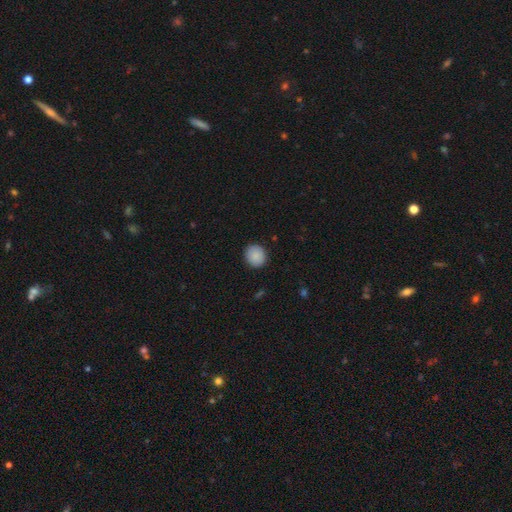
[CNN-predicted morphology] Smooth or featured? smooth (88%)
How rounded? round (87%)
Merging? none (91%)